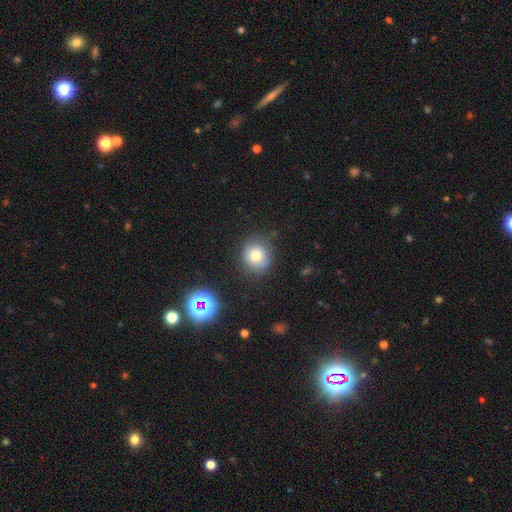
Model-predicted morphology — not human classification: smooth 74%, star or artifact 14%, featured or disk 13%. Down the decision tree: how rounded — round (86%); merging — none (81%).